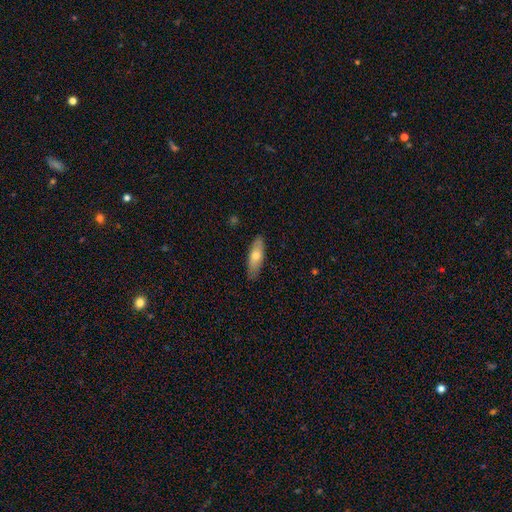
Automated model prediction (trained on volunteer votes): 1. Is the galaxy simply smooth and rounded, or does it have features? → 66% smooth, 28% featured or disk, 6% star or artifact.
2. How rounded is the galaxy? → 59% in between, 38% cigar-shaped, 2% round.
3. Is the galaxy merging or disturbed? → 85% none, 12% minor disturbance, 2% major disturbance, 1% merger.